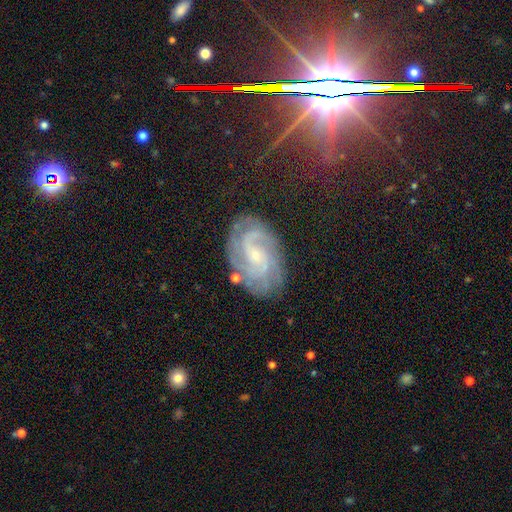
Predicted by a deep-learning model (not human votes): The model was most divided on "spiral arm count": 2: 32%, 3: 23%, can't tell: 21%, 4: 11%, more than 4: 6%, 1: 6%. More confident: spiral arms — yes (97%); edge-on disk — no (97%); smooth or featured — featured or disk (85%); bulge size — small (80%); merging — none (77%); spiral winding — tight (54%); bar — no (54%).